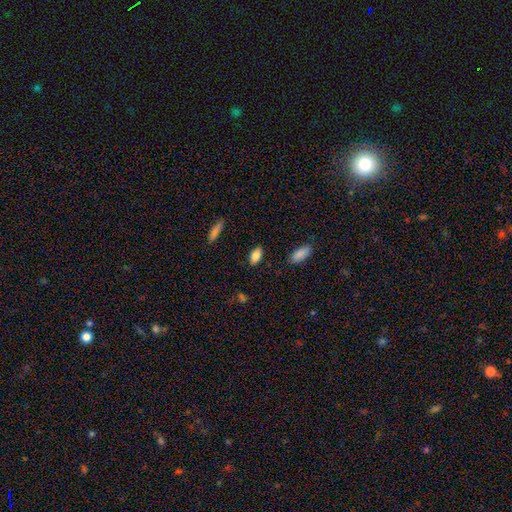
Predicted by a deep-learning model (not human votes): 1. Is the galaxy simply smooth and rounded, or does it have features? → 84% smooth, 8% featured or disk, 8% star or artifact.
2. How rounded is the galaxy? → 89% in between, 7% cigar-shaped, 4% round.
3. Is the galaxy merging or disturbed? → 86% none, 10% minor disturbance, 2% major disturbance, 2% merger.